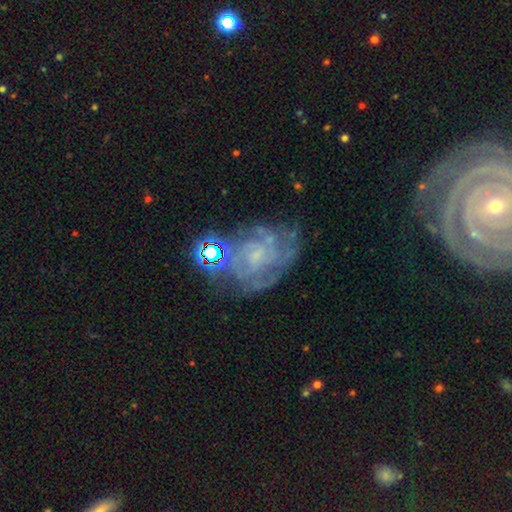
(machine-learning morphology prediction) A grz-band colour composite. It shows a featured or disk galaxy (74%) with no bar (66%), tight (55%) spiral arms (79%) and a small central bulge (44%). Merging: none (54%).